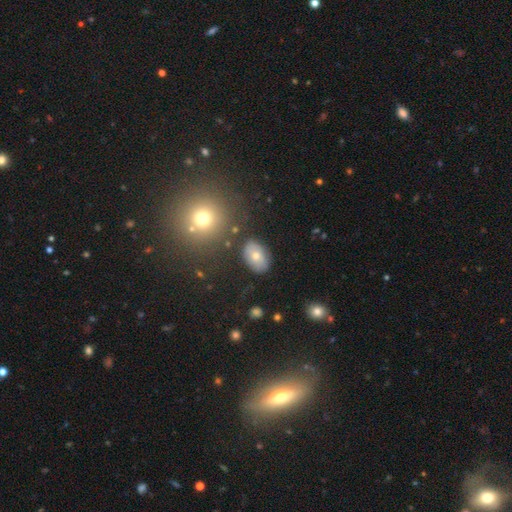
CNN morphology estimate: A smooth galaxy with no disk features (66%) that is in between round and cigar-shaped (85%). Merging: none (79%).